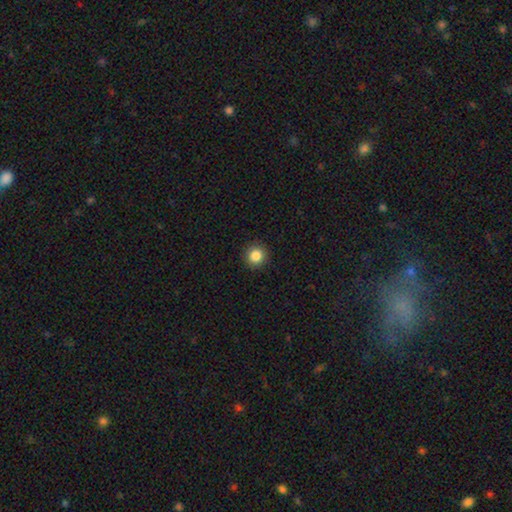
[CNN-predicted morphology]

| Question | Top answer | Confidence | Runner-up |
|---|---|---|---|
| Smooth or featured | smooth | 86% | star or artifact (10%) |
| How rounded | round | 94% | in between (5%) |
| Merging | none | 92% | minor disturbance (5%) |